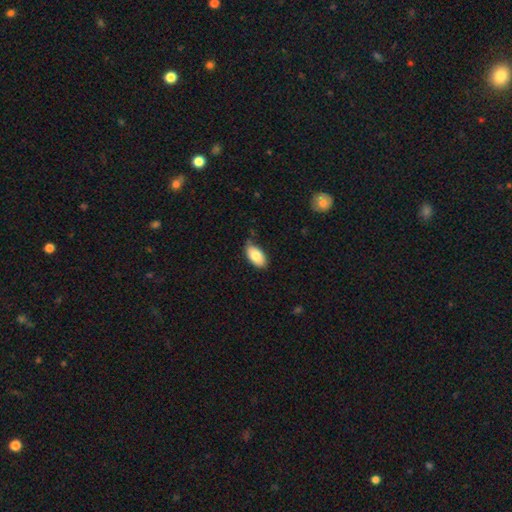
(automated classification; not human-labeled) smooth 81%, featured or disk 13%, star or artifact 7%. Down the decision tree: how rounded — in between (94%); merging — none (72%).